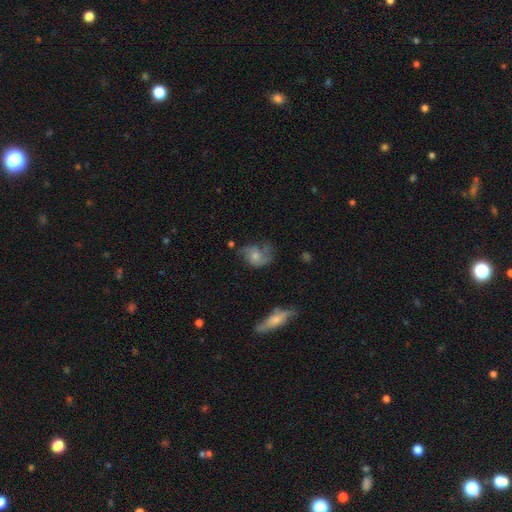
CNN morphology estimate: Smooth or featured?
  - featured or disk: 55% *
  - smooth: 36%
  - star or artifact: 9%
Edge-on disk?
  - no: 96% *
  - yes: 4%
Bar?
  - no: 75% *
  - weak: 22%
  - strong: 3%
Spiral arms?
  - yes: 80% *
  - no: 20%
Bulge size?
  - moderate: 43% *
  - small: 40%
  - none: 9%
  - large: 7%
  - dominant: 2%
Merging?
  - none: 49% *
  - minor disturbance: 26%
  - major disturbance: 21%
  - merger: 4%